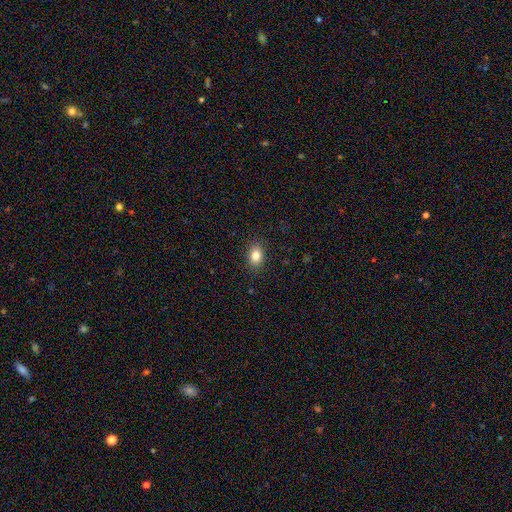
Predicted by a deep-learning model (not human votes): This appears to be a smooth galaxy with no disk features (82%) that is in between round and cigar-shaped (75%). Merging: none (89%).